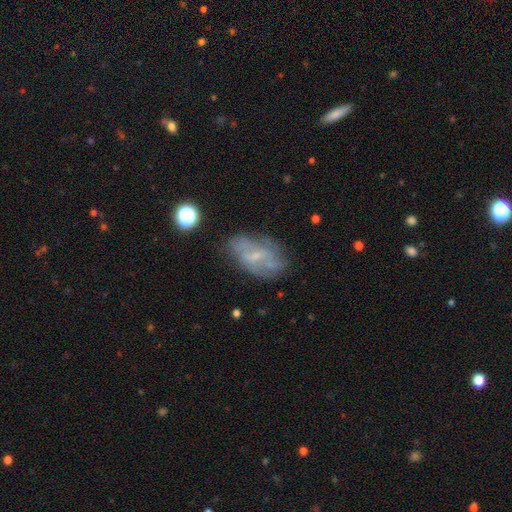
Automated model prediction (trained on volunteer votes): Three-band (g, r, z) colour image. It shows a featured or disk galaxy (59%) with no bar (46%), spiral arms (53%) and a small central bulge (64%). Merging: none (60%).